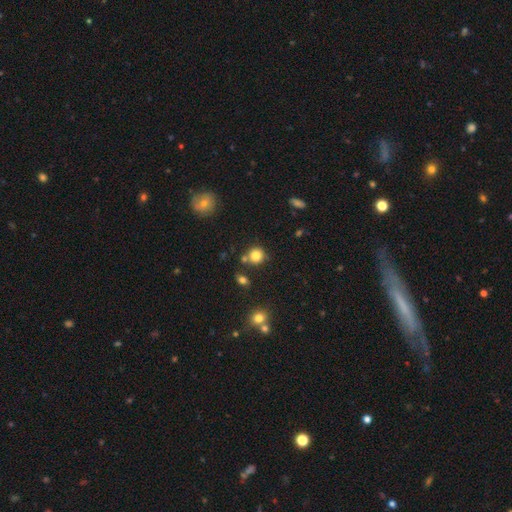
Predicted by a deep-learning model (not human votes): This is clearly a smooth galaxy (82%). How rounded: clearly round (87%). Merging: likely none (71%).